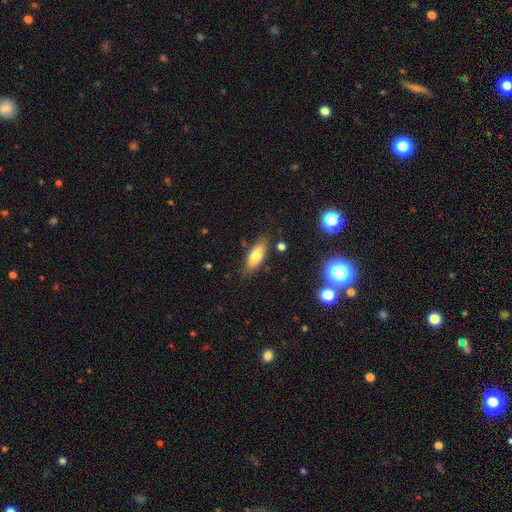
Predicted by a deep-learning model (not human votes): This appears to be a smooth galaxy with no disk features (73%) that is in between round and cigar-shaped (69%). Merging: none (80%).